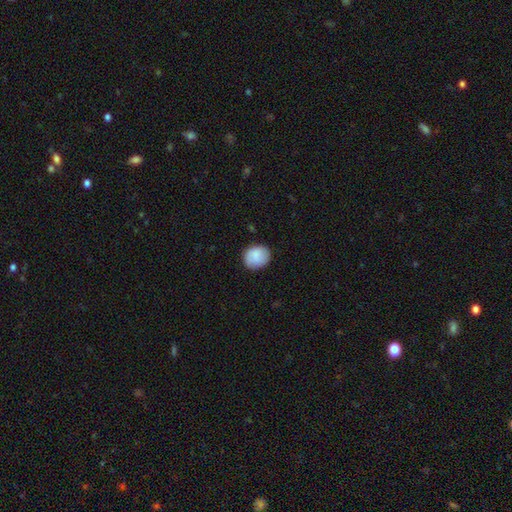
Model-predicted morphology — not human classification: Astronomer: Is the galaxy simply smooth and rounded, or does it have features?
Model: smooth — 86%.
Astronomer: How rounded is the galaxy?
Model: round — 72%.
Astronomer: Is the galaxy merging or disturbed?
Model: none — 84%.